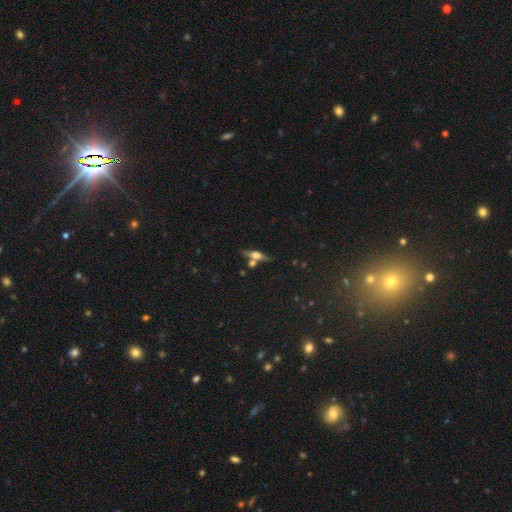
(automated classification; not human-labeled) Morphology: type=featured or disk (60%); edge-on=yes (92%); edge-on bulge=rounded (90%); merging=none (66%).